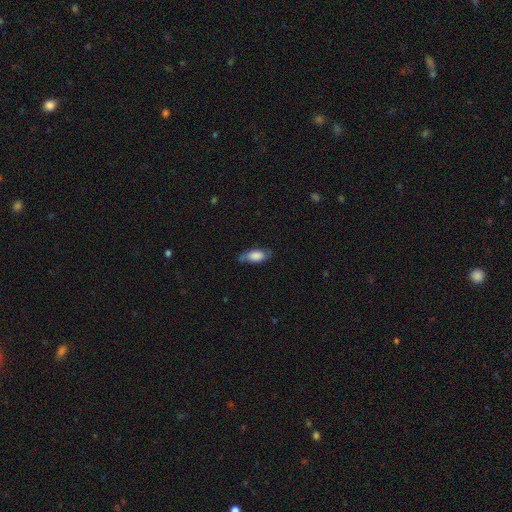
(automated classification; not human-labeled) A smooth galaxy with no disk features (71%) that is in between round and cigar-shaped (85%). Merging: none (63%).